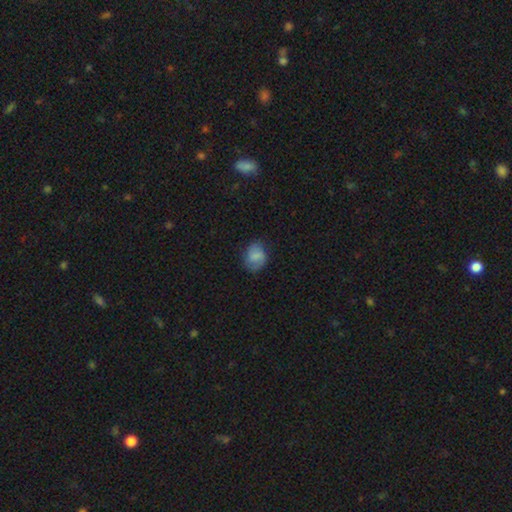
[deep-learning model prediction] Overall: smooth (72%). How rounded: in between (51%; round 48%). Merging: none (70%).